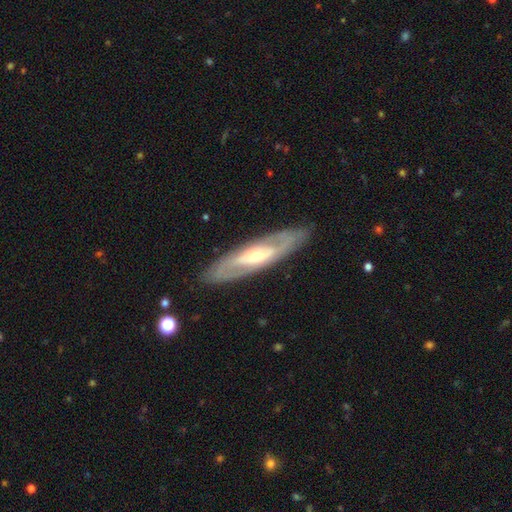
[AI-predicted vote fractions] Smooth or featured? Predicted: featured or disk (p=0.76). Edge-on disk? Predicted: no (p=0.73). Bar? Predicted: no (p=0.46). Spiral arms? Predicted: yes (p=0.69). Bulge size? Predicted: moderate (p=0.48). Merging? Predicted: none (p=0.86).